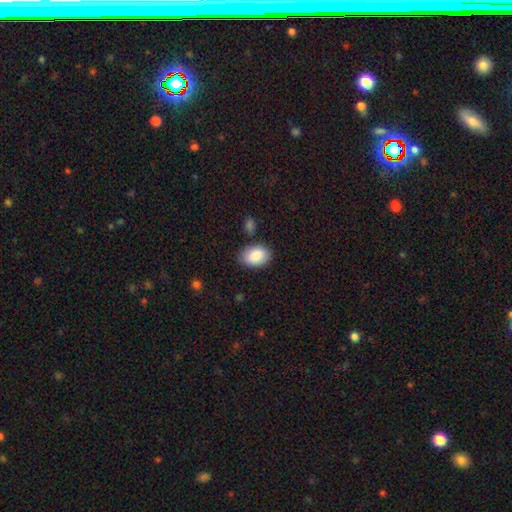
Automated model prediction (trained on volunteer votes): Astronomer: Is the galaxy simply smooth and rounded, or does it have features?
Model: smooth — 88%.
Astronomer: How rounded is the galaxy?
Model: in between — 90%.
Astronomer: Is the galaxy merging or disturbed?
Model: none — 81%.